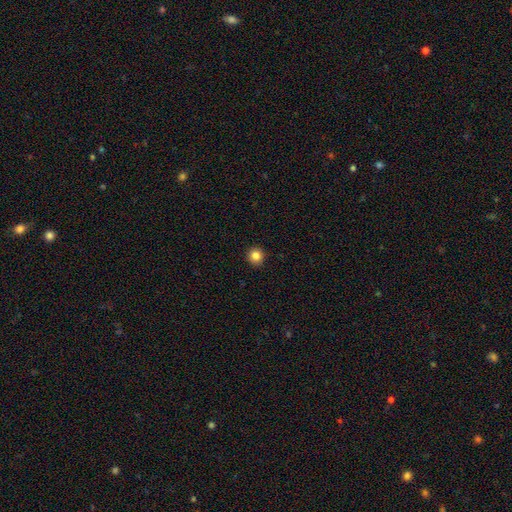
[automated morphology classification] Q: Smooth or featured?
A: smooth (84%); runner-up: star or artifact (11%)
Q: How rounded?
A: round (94%); runner-up: in between (5%)
Q: Merging?
A: none (92%); runner-up: minor disturbance (5%)